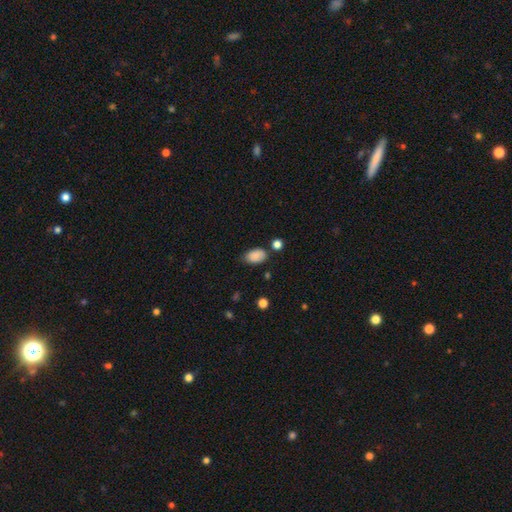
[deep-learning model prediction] A smooth galaxy with no disk features (87%) that is in between round and cigar-shaped (91%).

Vote fractions:
- Smooth or featured? smooth: 87% / star or artifact: 8% / featured or disk: 5%
- How rounded? in between: 91% / round: 7% / cigar-shaped: 1%
- Merging? none: 68% / minor disturbance: 23% / merger: 4% / major disturbance: 4%